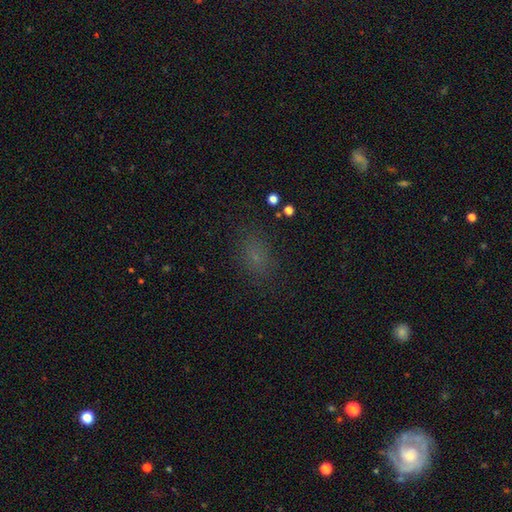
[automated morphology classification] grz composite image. It shows a smooth galaxy with no disk features (65%) that is in between round and cigar-shaped (72%). Merging: none (79%).